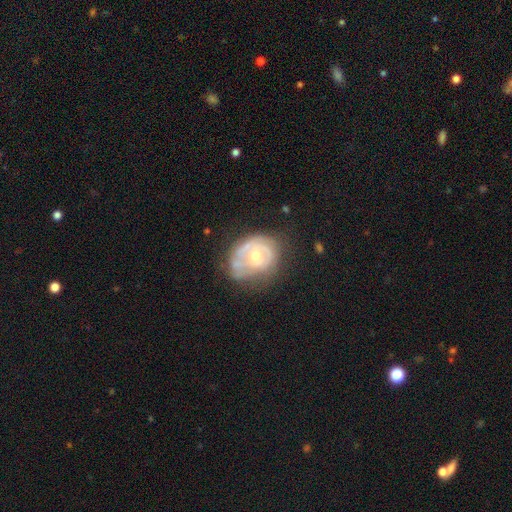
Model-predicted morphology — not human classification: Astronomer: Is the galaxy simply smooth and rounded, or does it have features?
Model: featured or disk — 68%.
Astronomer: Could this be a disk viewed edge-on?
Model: no — 97%.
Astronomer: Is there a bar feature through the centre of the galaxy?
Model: no — 80%.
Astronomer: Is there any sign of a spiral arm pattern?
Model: yes — 55% (runner-up: no, 45%).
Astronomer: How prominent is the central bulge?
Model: moderate — 52% (runner-up: small, 43%).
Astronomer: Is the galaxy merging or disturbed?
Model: none — 41% (runner-up: minor disturbance, 32%).